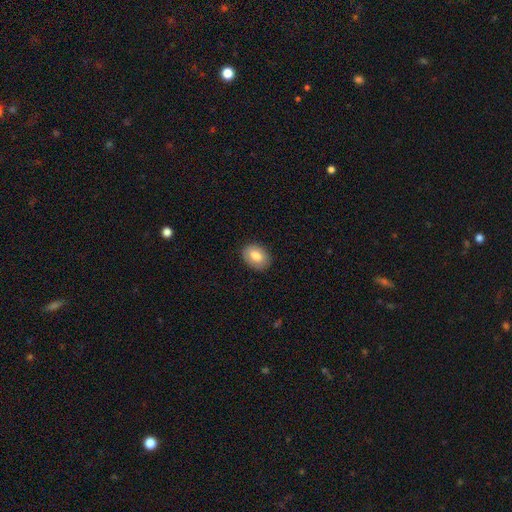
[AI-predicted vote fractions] Smooth or featured? Predicted: smooth (p=0.81). How rounded? Predicted: in between (p=0.73). Merging? Predicted: none (p=0.88).